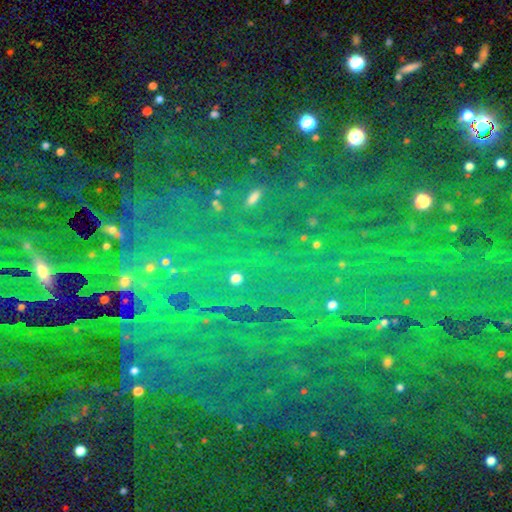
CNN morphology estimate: Smooth or featured? star or artifact (76%)